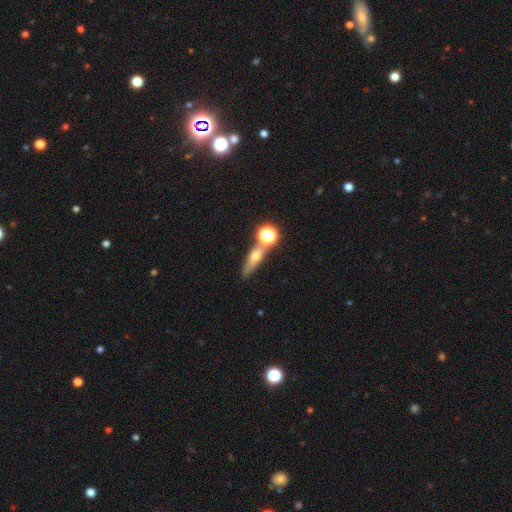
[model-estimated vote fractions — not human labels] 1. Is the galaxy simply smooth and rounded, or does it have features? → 46% smooth, 32% featured or disk, 21% star or artifact.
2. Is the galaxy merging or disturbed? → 65% none, 17% merger, 12% minor disturbance, 6% major disturbance.